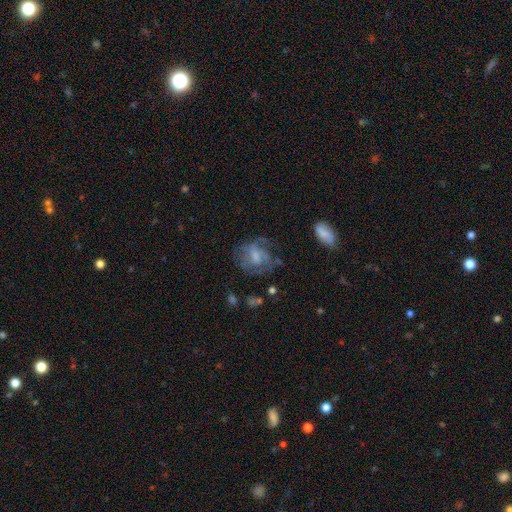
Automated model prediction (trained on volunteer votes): A featured or disk galaxy (53%) with no bar (45%), spiral arms (55%) and a moderate central bulge (35%).

Vote fractions:
- Smooth or featured? featured or disk: 53% / smooth: 37% / star or artifact: 11%
- Edge-on disk? no: 97% / yes: 3%
- Bar? no: 45% / weak: 44% / strong: 11%
- Spiral arms? yes: 55% / no: 45%
- Bulge size? moderate: 35% / small: 33% / none: 24% / large: 6% / dominant: 1%
- Merging? none: 47% / major disturbance: 27% / minor disturbance: 23% / merger: 3%